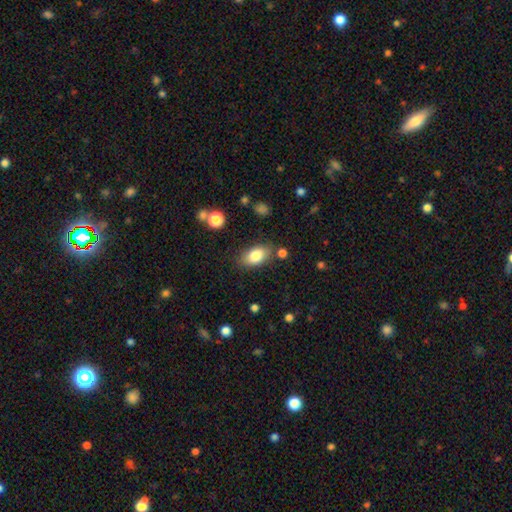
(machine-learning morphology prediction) A smooth galaxy with no disk features (81%) that is in between round and cigar-shaped (90%). Merging: none (78%).